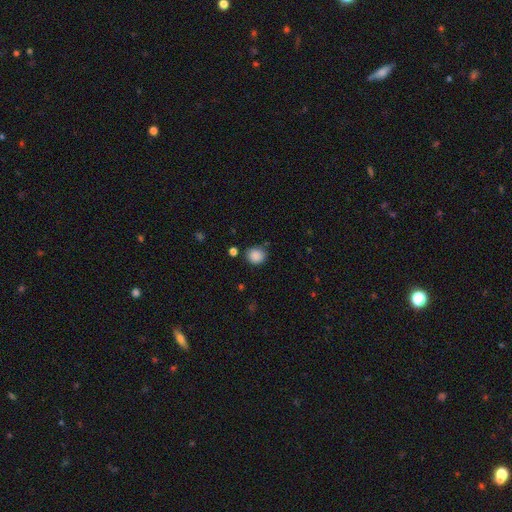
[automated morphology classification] Overall: smooth (87%). How rounded: round (80%). Merging: none (80%).